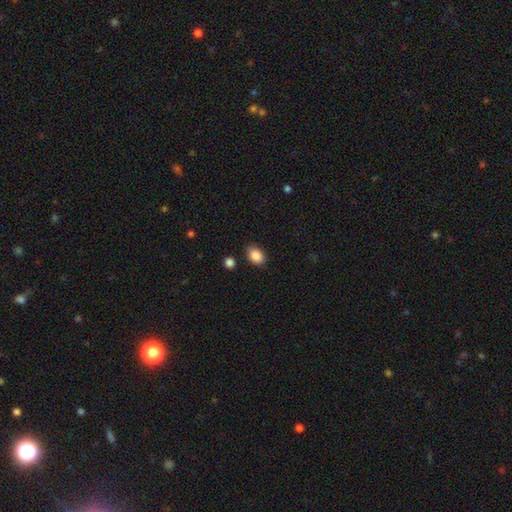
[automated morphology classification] Smooth or featured? Predicted: smooth (p=0.88). How rounded? Predicted: in between (p=0.77). Merging? Predicted: none (p=0.84).